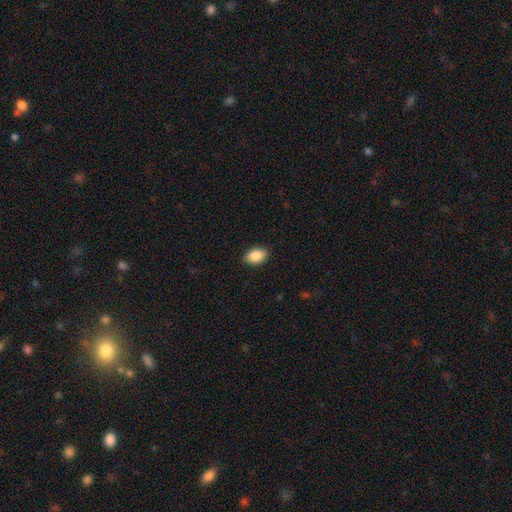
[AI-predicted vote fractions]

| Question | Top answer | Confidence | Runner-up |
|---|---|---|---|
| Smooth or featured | smooth | 89% | star or artifact (7%) |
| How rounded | in between | 91% | round (8%) |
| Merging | none | 89% | minor disturbance (8%) |